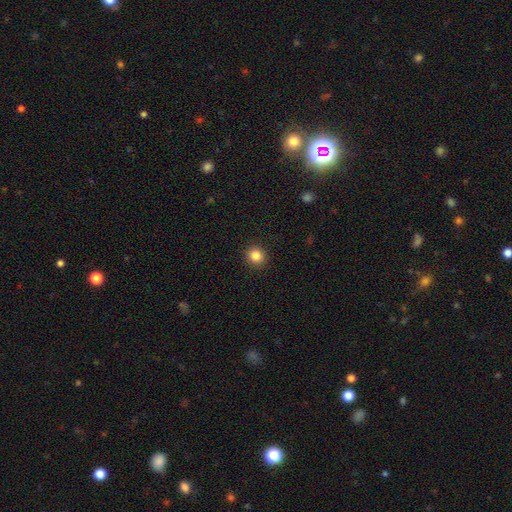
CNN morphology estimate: Smooth or featured? Predicted: smooth (p=0.85). How rounded? Predicted: round (p=0.88). Merging? Predicted: none (p=0.92).